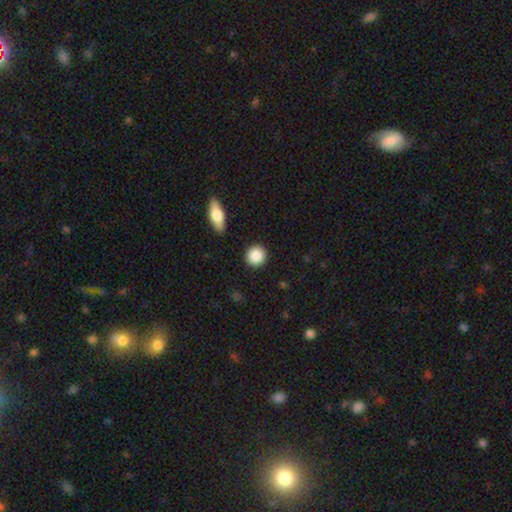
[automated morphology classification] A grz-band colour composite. It shows a smooth galaxy with no disk features (88%) that is round (92%). Merging: none (90%).